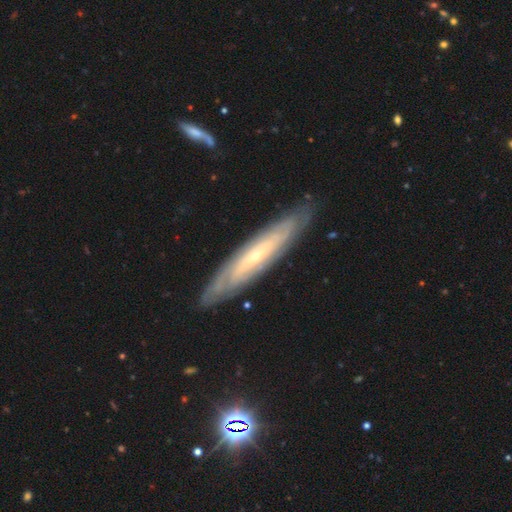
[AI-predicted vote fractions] smooth_or_featured: featured or disk (p=0.75) [alt: smooth p=0.19]
disk_edge_on: no (p=0.56) [alt: yes p=0.44]
merging: none (p=0.84) [alt: minor disturbance p=0.12]